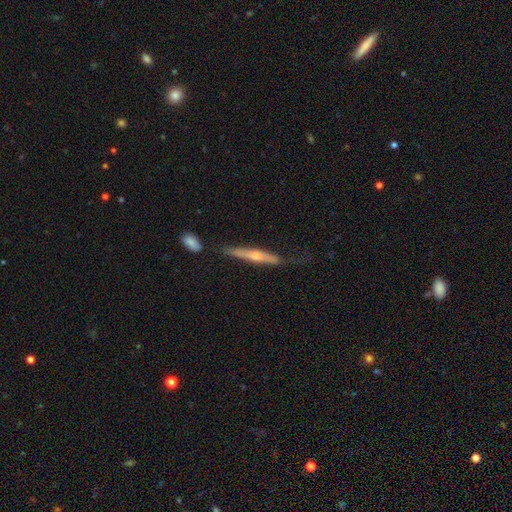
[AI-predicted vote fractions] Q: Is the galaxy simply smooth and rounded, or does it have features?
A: featured or disk — 61%.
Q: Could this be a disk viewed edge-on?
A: yes — 94%.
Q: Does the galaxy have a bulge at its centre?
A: rounded — 77%.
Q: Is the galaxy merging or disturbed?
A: none — 62%.